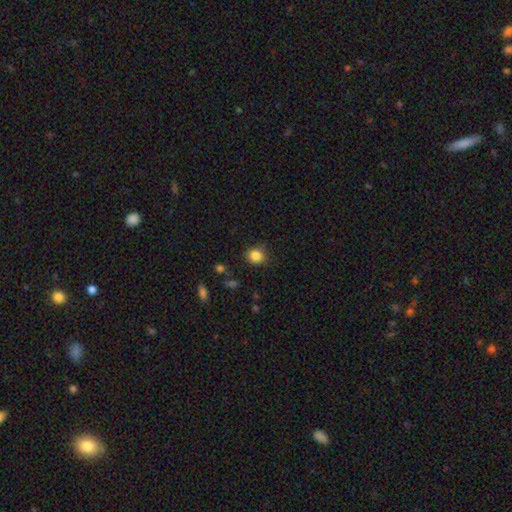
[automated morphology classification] Overall: smooth (85%). How rounded: round (82%). Merging: none (84%).